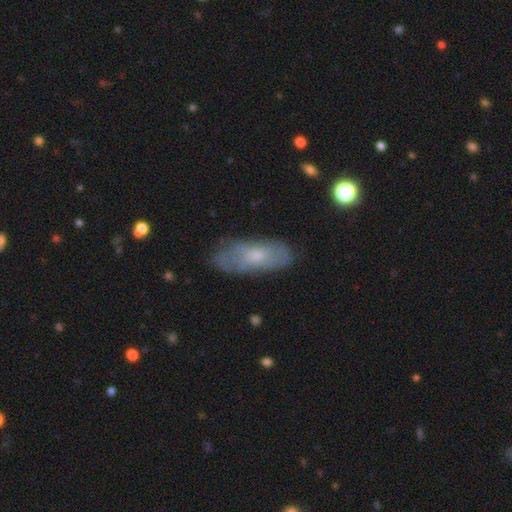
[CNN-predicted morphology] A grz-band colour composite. It shows a smooth galaxy with no disk features (56%) that is in between round and cigar-shaped (78%). Merging: none (72%).